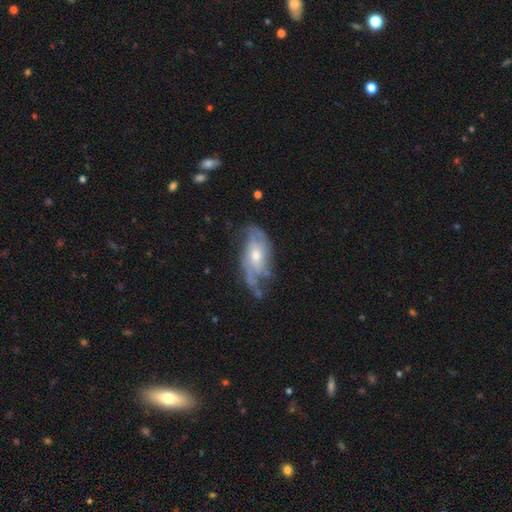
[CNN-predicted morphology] The model was most divided on "spiral winding": medium: 37%, tight: 35%, loose: 28%. Remaining: edge-on disk — no (89%); spiral arms — yes (81%); smooth or featured — featured or disk (73%); bar — no (69%); bulge size — moderate (57%); merging — none (50%); spiral arm count — 2 (41%).